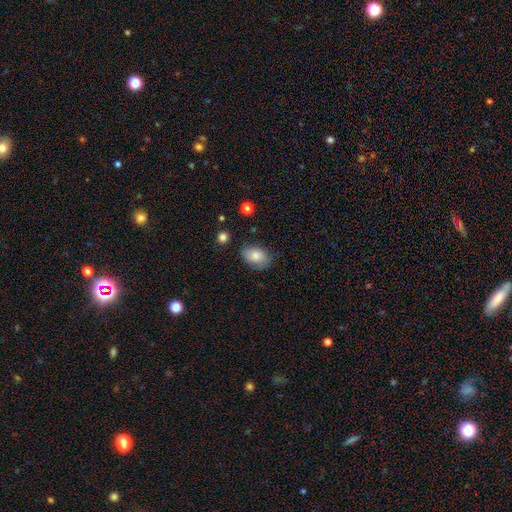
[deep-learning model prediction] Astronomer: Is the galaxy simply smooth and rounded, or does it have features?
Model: smooth — 84%.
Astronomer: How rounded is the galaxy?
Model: in between — 87%.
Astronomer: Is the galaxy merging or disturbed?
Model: none — 74%.